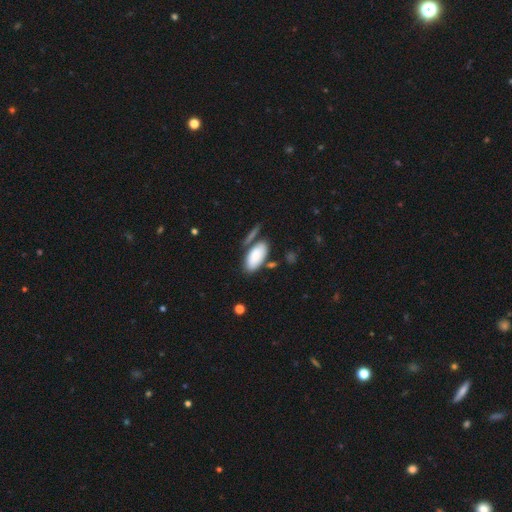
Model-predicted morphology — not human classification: smooth_or_featured: smooth (p=0.83) [alt: featured or disk p=0.11]
how_rounded: in between (p=0.91) [alt: cigar-shaped p=0.07]
merging: none (p=0.64) [alt: minor disturbance p=0.16]